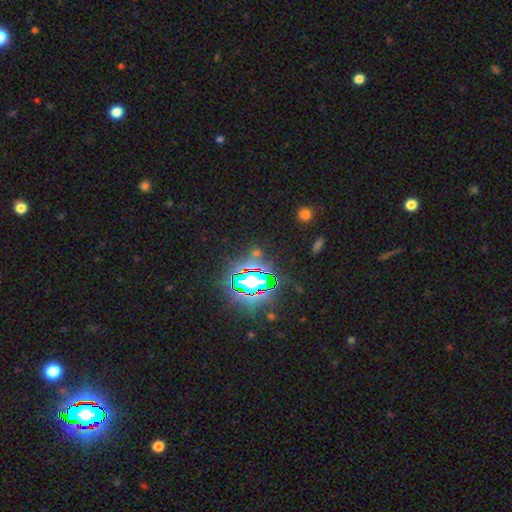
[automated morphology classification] Smooth or featured? star or artifact (78%)